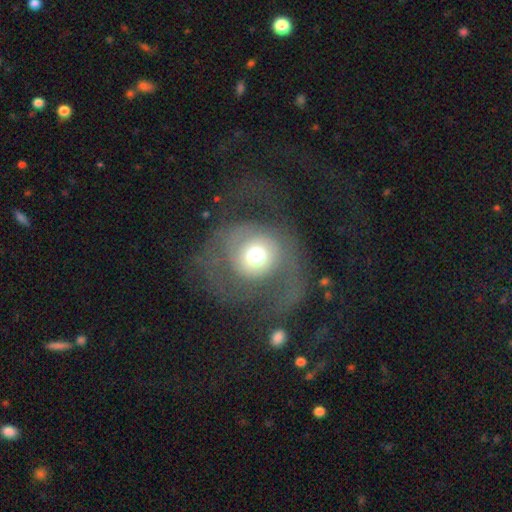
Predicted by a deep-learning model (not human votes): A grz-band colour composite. It shows a featured or disk galaxy (46%). Merging: none (43%).